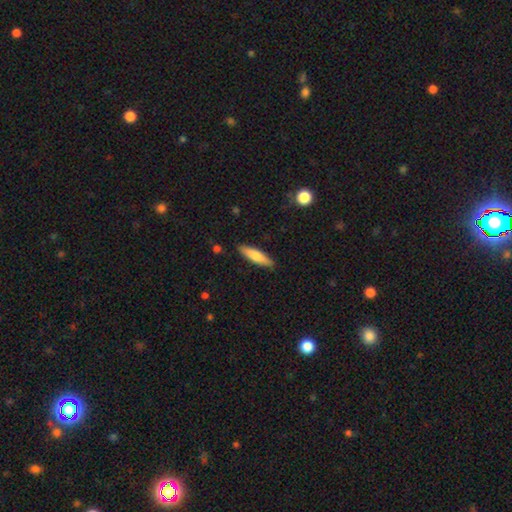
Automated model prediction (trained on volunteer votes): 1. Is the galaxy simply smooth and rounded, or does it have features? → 74% smooth, 20% featured or disk, 6% star or artifact.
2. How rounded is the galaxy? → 71% cigar-shaped, 27% in between, 2% round.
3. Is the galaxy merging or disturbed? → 88% none, 9% minor disturbance, 2% major disturbance, 1% merger.